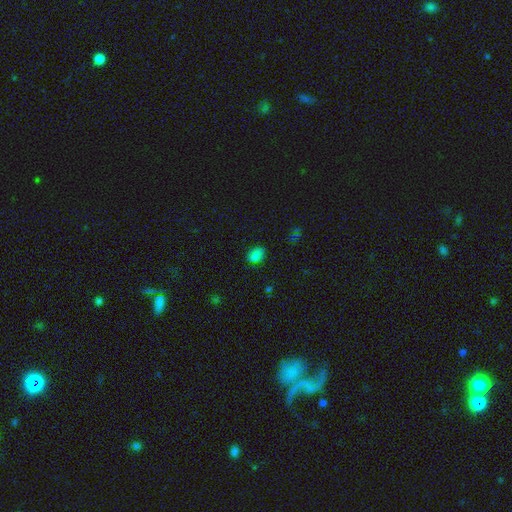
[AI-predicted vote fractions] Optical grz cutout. It shows a smooth galaxy with no disk features (78%) that is in between round and cigar-shaped (73%). Merging: none (75%).